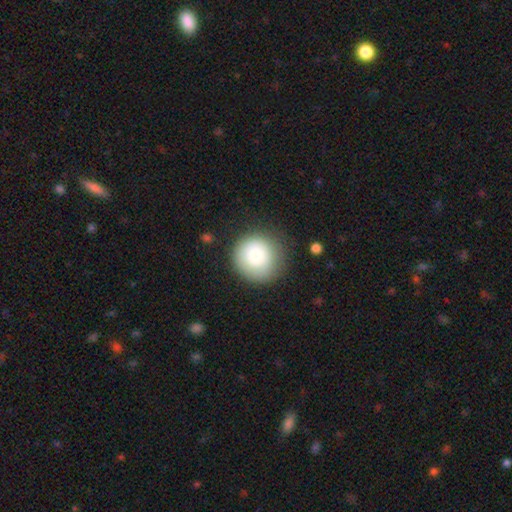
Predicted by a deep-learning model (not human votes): Q: Smooth or featured?
A: smooth (81%); runner-up: featured or disk (11%)
Q: How rounded?
A: round (94%); runner-up: in between (5%)
Q: Merging?
A: none (79%); runner-up: minor disturbance (13%)